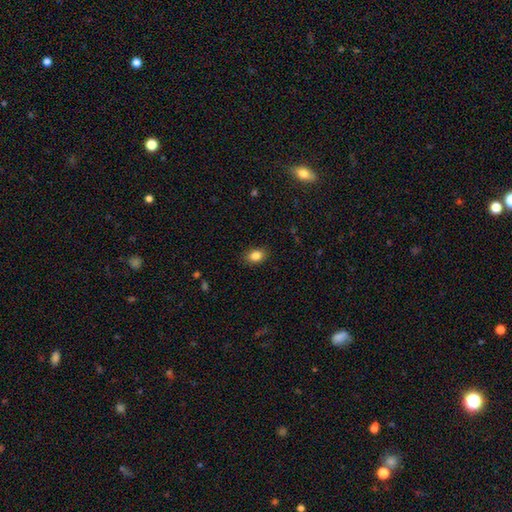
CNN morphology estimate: The model was most divided on "how rounded": in between: 72%, round: 27%, cigar-shaped: 1%. More confident: merging — none (87%); smooth or featured — smooth (86%).